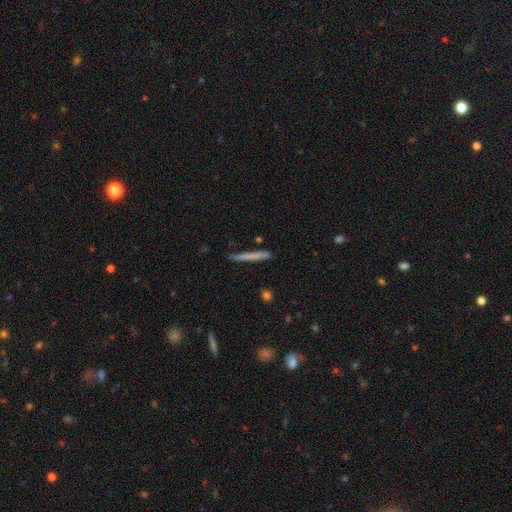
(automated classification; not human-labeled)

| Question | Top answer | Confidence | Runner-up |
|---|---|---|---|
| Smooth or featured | smooth | 41% | tied: featured or disk (41%) |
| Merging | none | 86% | minor disturbance (9%) |